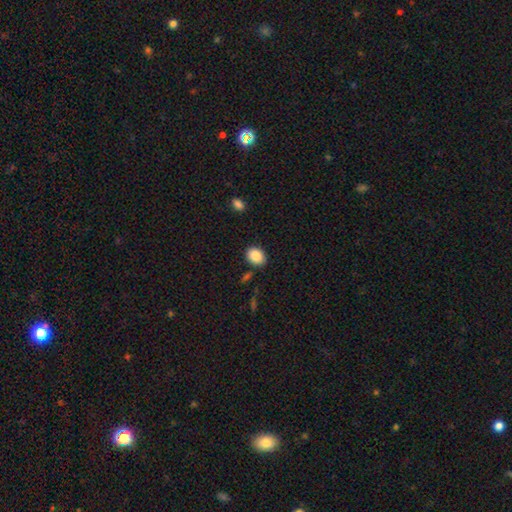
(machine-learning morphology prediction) Smooth or featured?
  - smooth: 88% *
  - star or artifact: 8%
  - featured or disk: 4%
How rounded?
  - in between: 67% *
  - round: 32%
  - cigar-shaped: 1%
Merging?
  - none: 84% *
  - minor disturbance: 10%
  - merger: 3%
  - major disturbance: 3%